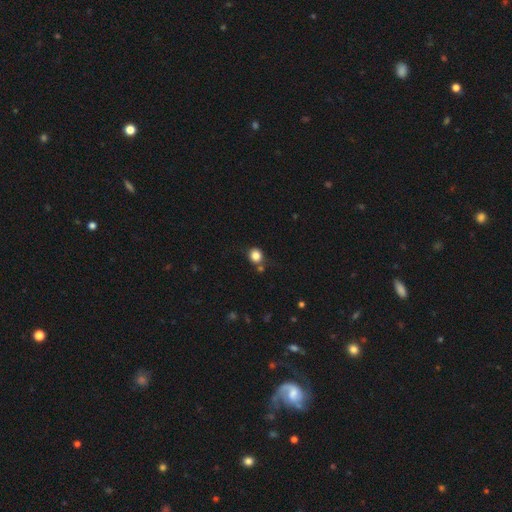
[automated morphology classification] type=smooth (84%); roundness=round (83%); merging=none (74%).